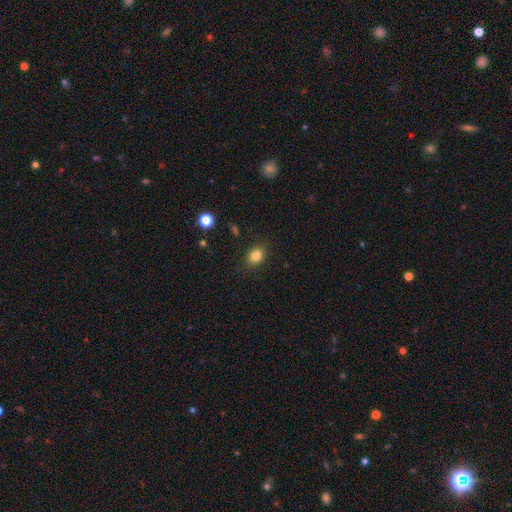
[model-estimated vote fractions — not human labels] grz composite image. It shows a smooth galaxy with no disk features (82%) that is in between round and cigar-shaped (56%). Merging: none (86%).